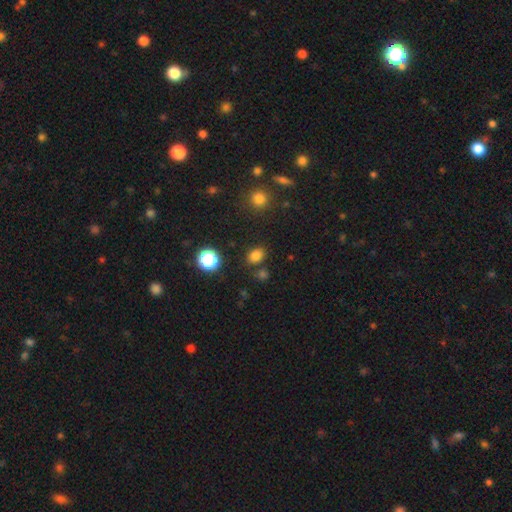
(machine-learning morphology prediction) This appears to be a smooth galaxy with no disk features (79%) that is in between round and cigar-shaped (59%). Merging: none (79%).